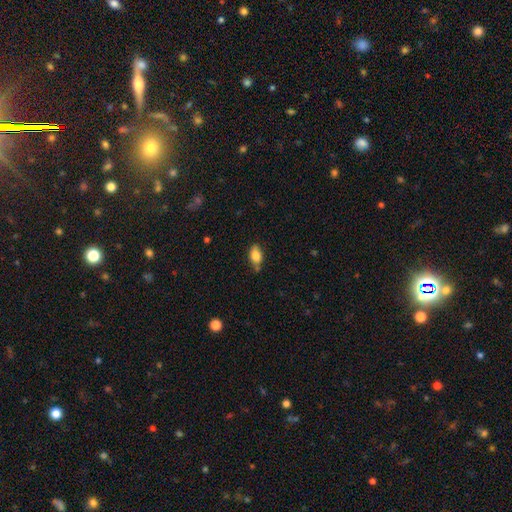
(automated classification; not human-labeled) Smooth or featured? Predicted: smooth (p=0.83). How rounded? Predicted: in between (p=0.87). Merging? Predicted: none (p=0.66).